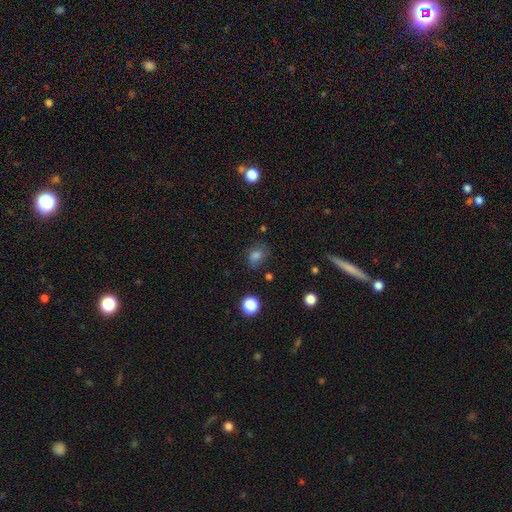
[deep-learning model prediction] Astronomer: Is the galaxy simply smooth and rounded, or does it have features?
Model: smooth — 73%.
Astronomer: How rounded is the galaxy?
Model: in between — 57% (runner-up: round, 41%).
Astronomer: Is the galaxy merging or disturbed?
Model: none — 62%.